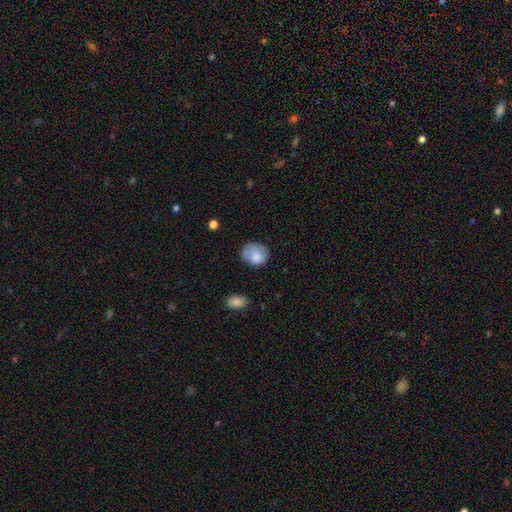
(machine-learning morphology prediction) This appears to be a smooth galaxy with no disk features (79%) that is round (65%). Merging: none (59%).